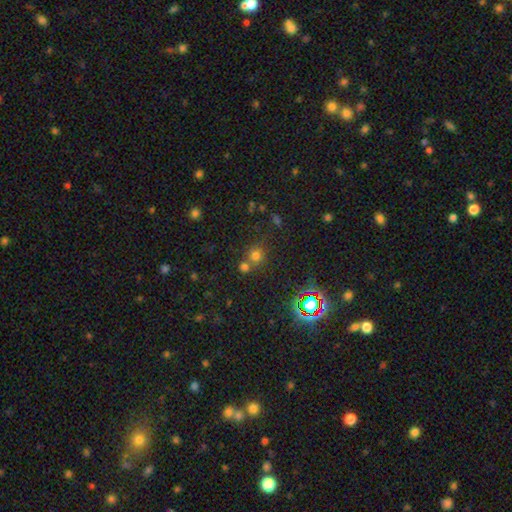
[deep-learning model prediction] The model was most divided on "merging": none: 55%, merger: 33%, minor disturbance: 8%, major disturbance: 4%. More confident: how rounded — round (85%); smooth or featured — smooth (66%).